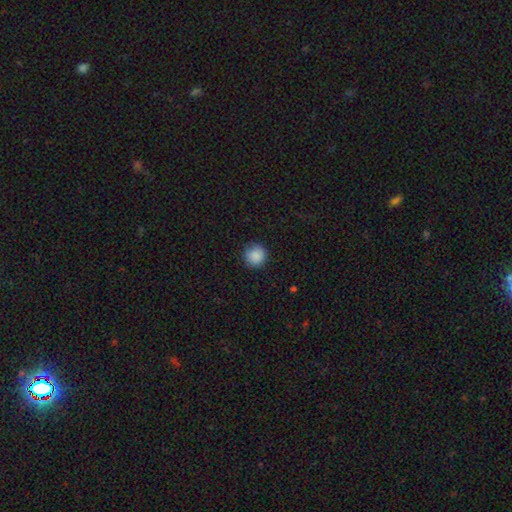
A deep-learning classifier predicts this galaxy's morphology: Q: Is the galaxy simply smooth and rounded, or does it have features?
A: smooth — 88%.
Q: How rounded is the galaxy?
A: round — 94%.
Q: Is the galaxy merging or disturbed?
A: none — 86%.